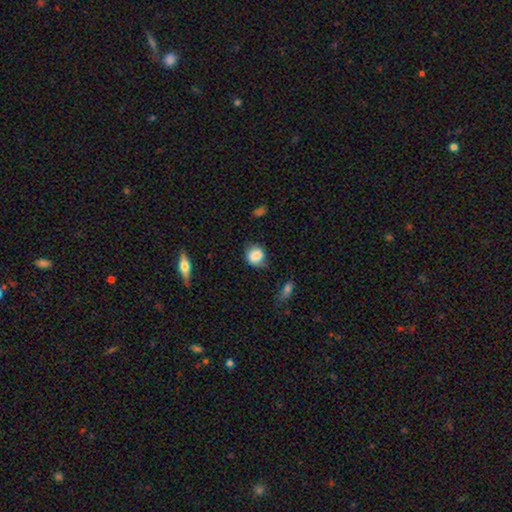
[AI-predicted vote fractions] Smooth or featured?
  - smooth: 81% *
  - featured or disk: 11%
  - star or artifact: 8%
How rounded?
  - round: 72% *
  - in between: 27%
  - cigar-shaped: 1%
Merging?
  - none: 66% *
  - minor disturbance: 25%
  - major disturbance: 6%
  - merger: 3%